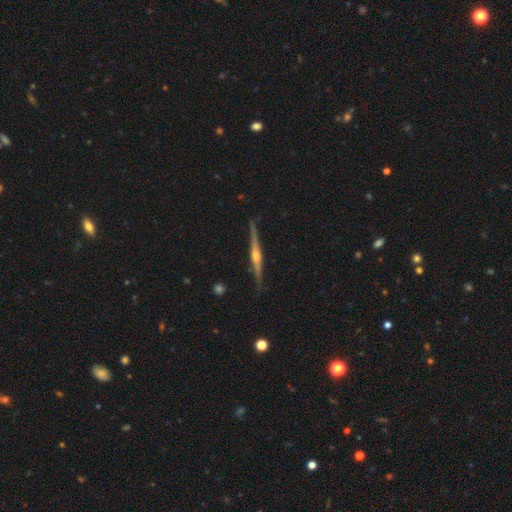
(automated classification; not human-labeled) featured or disk 83%, smooth 11%, star or artifact 5%. Down the decision tree: edge-on disk — yes (98%); edge-on bulge — rounded (86%); merging — none (88%).